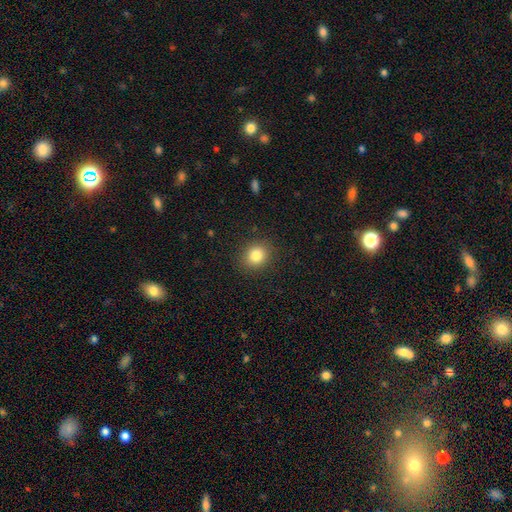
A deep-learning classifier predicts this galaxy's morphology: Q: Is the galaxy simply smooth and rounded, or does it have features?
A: smooth — 83%.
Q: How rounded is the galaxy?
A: round — 77%.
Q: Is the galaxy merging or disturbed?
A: none — 89%.